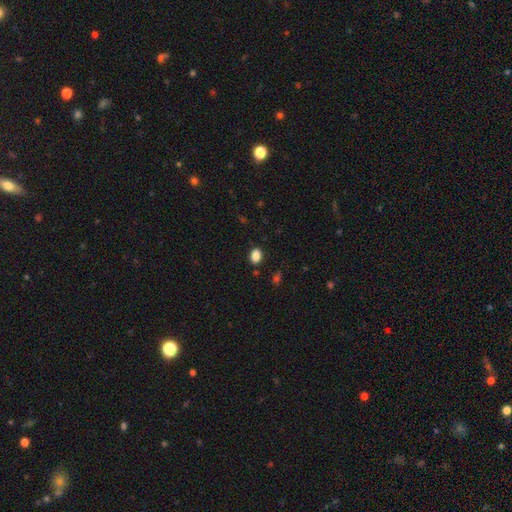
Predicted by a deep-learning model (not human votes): Smooth or featured? Predicted: smooth (p=0.87). How rounded? Predicted: in between (p=0.73). Merging? Predicted: none (p=0.86).